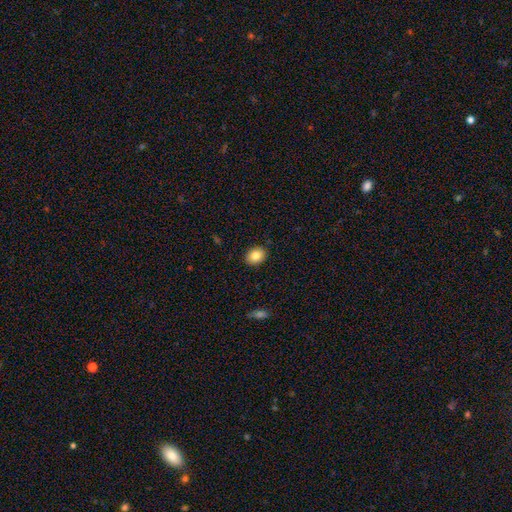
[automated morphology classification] A smooth galaxy with no disk features (84%) that is in between round and cigar-shaped (58%).

Vote fractions:
- Smooth or featured? smooth: 84% / star or artifact: 9% / featured or disk: 7%
- How rounded? in between: 58% / round: 41% / cigar-shaped: 1%
- Merging? none: 90% / minor disturbance: 8% / major disturbance: 2% / merger: 1%